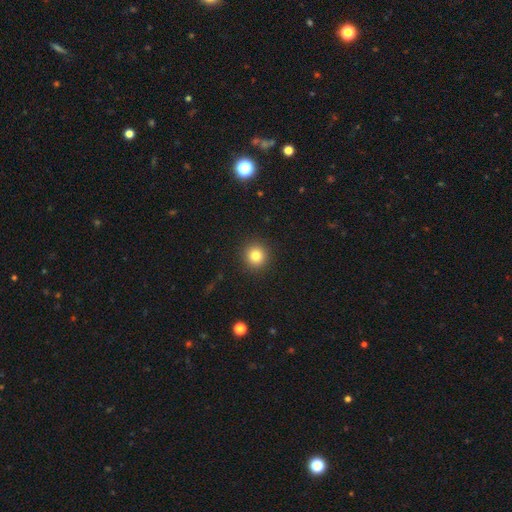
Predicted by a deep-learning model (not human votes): Overall: smooth (81%). How rounded: round (94%). Merging: none (92%).